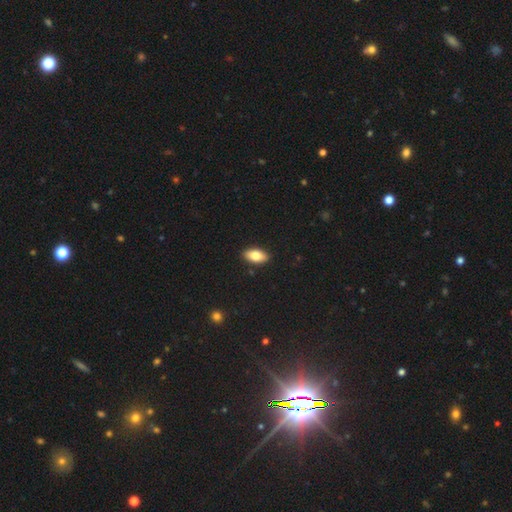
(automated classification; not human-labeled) Smooth or featured? smooth (80%)
How rounded? in between (92%)
Merging? none (90%)